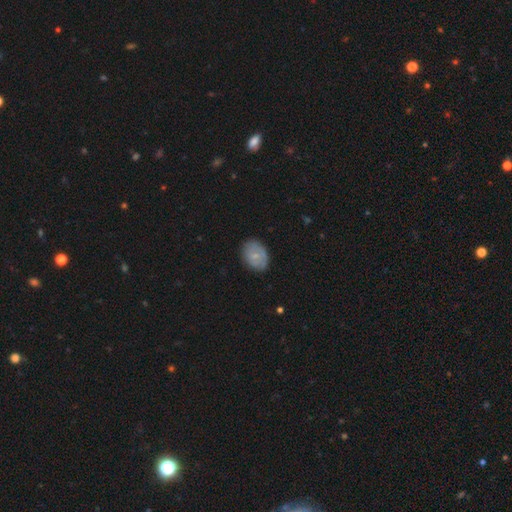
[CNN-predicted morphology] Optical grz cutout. It shows a smooth galaxy with no disk features (55%) that is in between round and cigar-shaped (71%). Merging: none (77%).